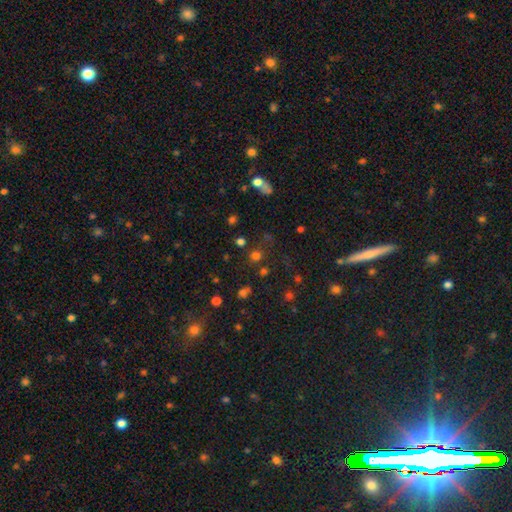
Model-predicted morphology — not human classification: smooth_or_featured: smooth (p=0.62) [alt: star or artifact p=0.32]
how_rounded: round (p=0.87) [alt: in between p=0.12]
merging: none (p=0.76) [alt: minor disturbance p=0.10]